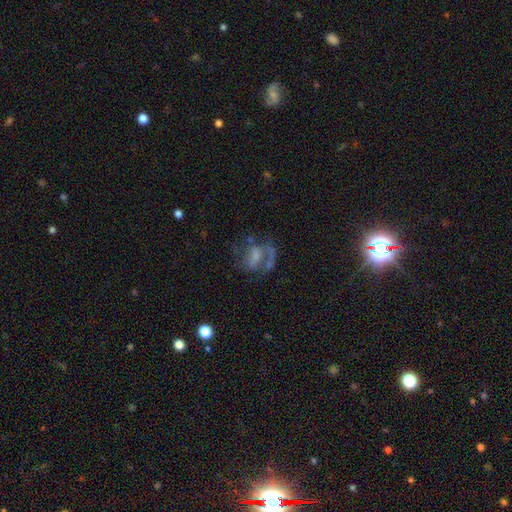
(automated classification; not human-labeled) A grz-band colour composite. It shows a featured or disk galaxy (60%) with no bar (52%), spiral arms (60%) and a small central bulge (33%). Merging: major disturbance (38%).